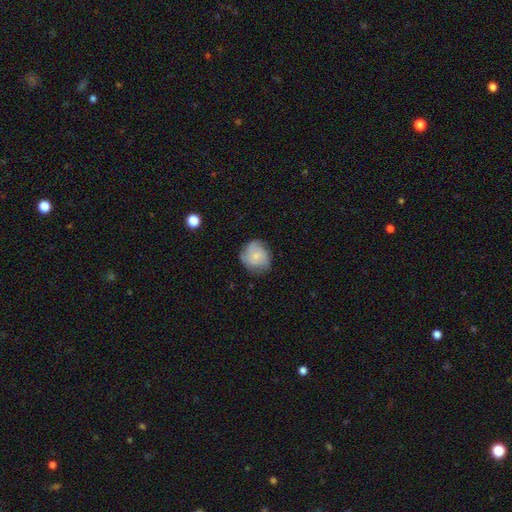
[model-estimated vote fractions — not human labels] Q: Smooth or featured?
A: smooth (55%); runner-up: featured or disk (37%)
Q: How rounded?
A: round (84%); runner-up: in between (15%)
Q: Merging?
A: none (73%); runner-up: minor disturbance (21%)